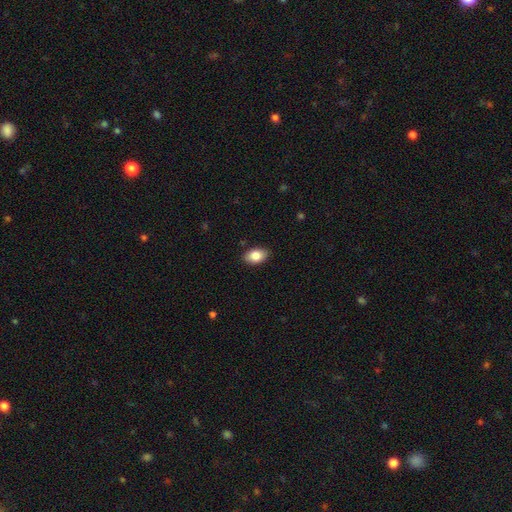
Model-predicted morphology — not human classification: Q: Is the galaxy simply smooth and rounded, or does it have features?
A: smooth — 86%.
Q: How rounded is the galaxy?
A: in between — 90%.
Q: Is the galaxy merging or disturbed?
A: none — 87%.